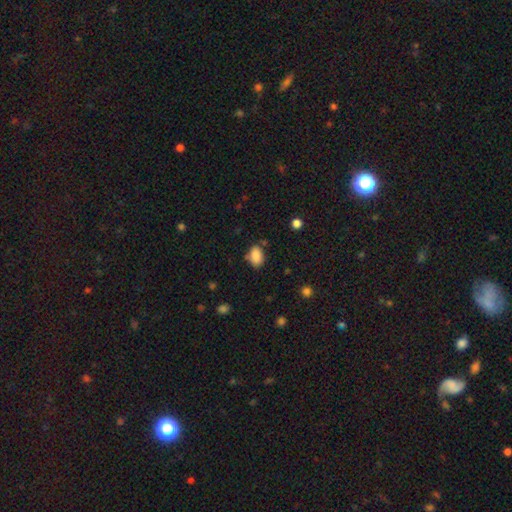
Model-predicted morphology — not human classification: smooth-or-featured: smooth: 87% | star or artifact: 9% | featured or disk: 4%
  how-rounded: in between: 84% | round: 15% | cigar-shaped: 1%
  merging: none: 74% | minor disturbance: 17% | merger: 5% | major disturbance: 4%